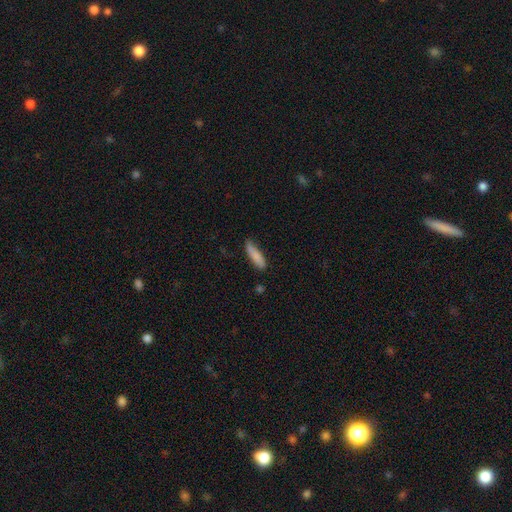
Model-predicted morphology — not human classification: type=smooth (82%); roundness=cigar-shaped (70%); merging=none (74%).